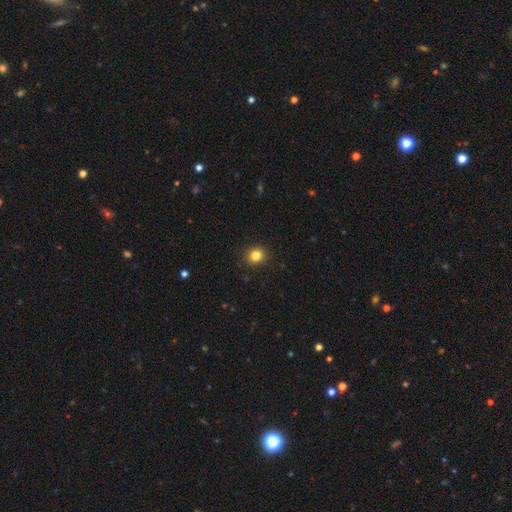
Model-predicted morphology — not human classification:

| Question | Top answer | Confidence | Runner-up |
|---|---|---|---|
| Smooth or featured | smooth | 83% | star or artifact (12%) |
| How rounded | round | 80% | in between (19%) |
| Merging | none | 91% | minor disturbance (6%) |